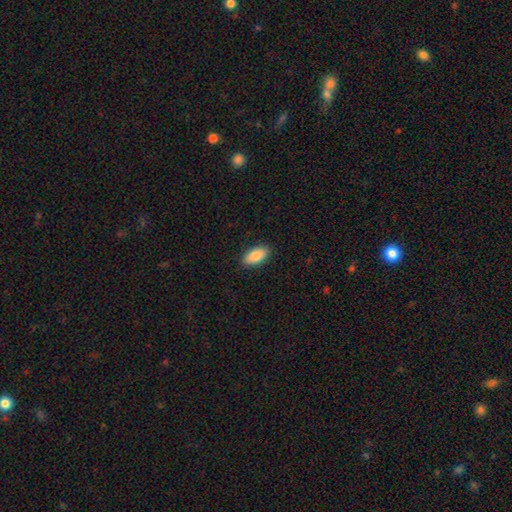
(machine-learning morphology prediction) Smooth or featured? Predicted: smooth (p=0.86). How rounded? Predicted: in between (p=0.92). Merging? Predicted: none (p=0.89).